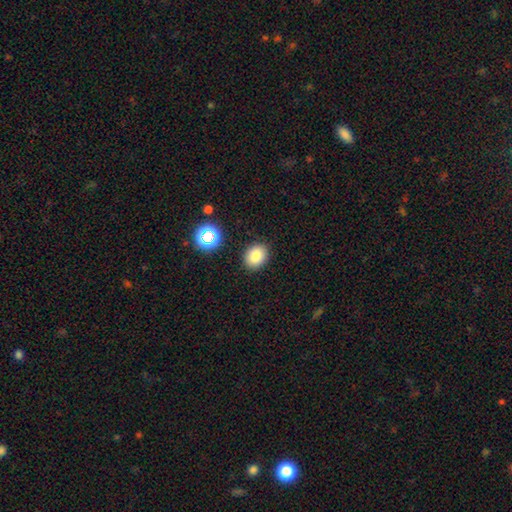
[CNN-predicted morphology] Smooth or featured: smooth — 81% (star or artifact — 12%)
How rounded: in between — 53% (round — 46%)
Merging: none — 87% (minor disturbance — 8%)